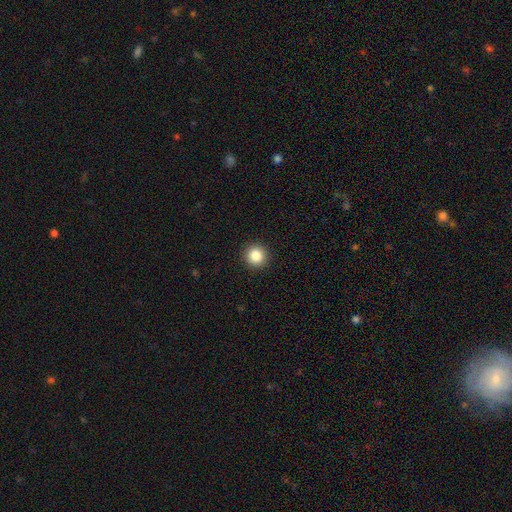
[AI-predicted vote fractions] smooth 86%, star or artifact 10%, featured or disk 4%. Down the decision tree: how rounded — round (95%); merging — none (93%).